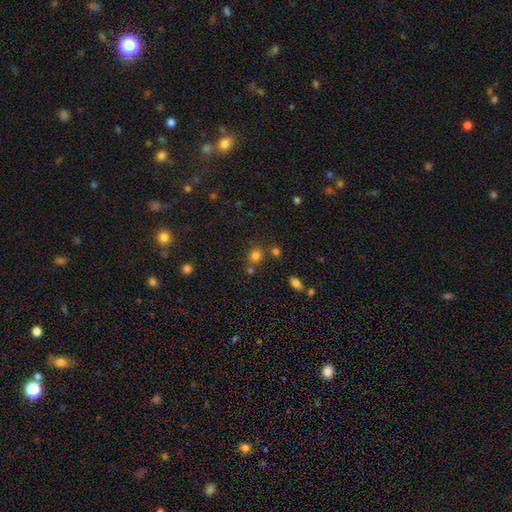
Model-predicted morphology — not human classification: Smooth or featured?
  - smooth: 76% *
  - star or artifact: 17%
  - featured or disk: 7%
How rounded?
  - round: 79% *
  - in between: 20%
  - cigar-shaped: 1%
Merging?
  - none: 67% *
  - merger: 18%
  - minor disturbance: 11%
  - major disturbance: 4%